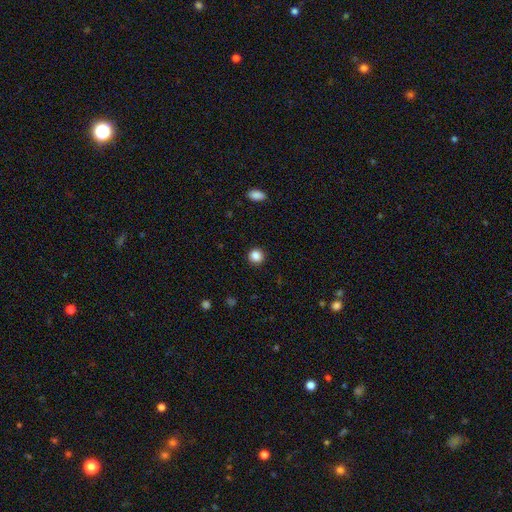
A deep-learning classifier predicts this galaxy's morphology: Smooth or featured? smooth (86%)
How rounded? round (93%)
Merging? none (92%)